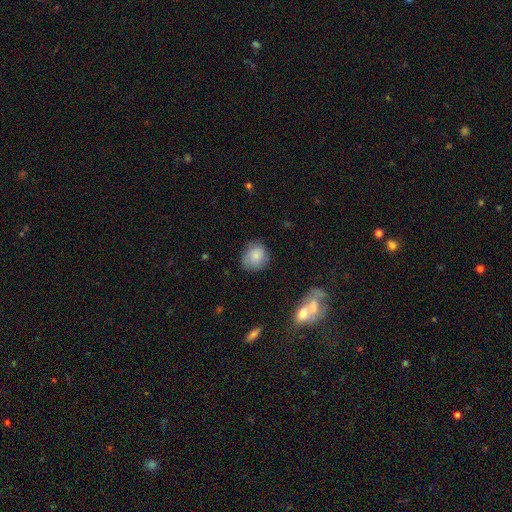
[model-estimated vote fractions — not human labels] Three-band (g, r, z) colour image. It shows a smooth galaxy with no disk features (82%) that is round (75%). Merging: none (74%).